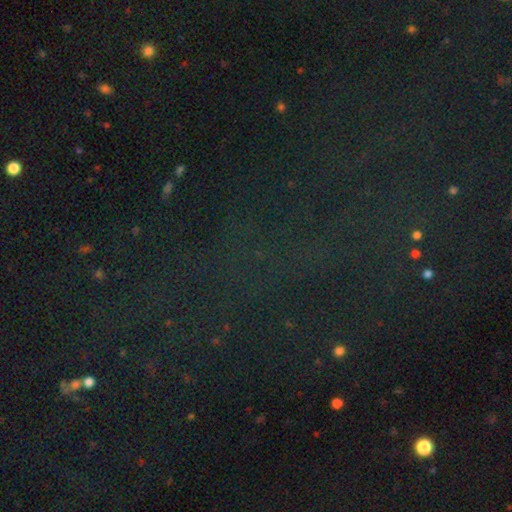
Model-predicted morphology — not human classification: star or artifact 76%, smooth 15%, featured or disk 9%.